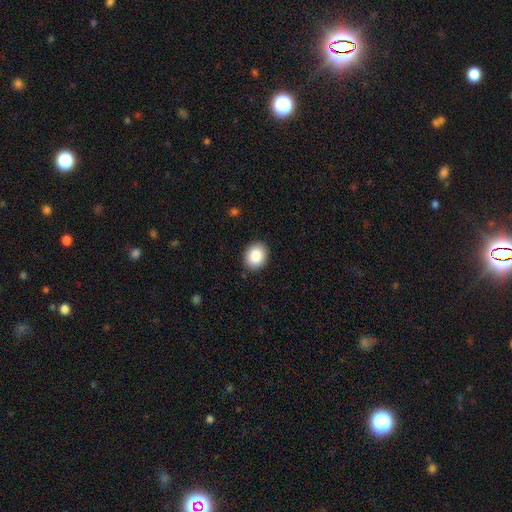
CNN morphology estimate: The model was most divided on "how rounded": round: 56%, in between: 43%, cigar-shaped: 1%. More confident: merging — none (90%); smooth or featured — smooth (87%).